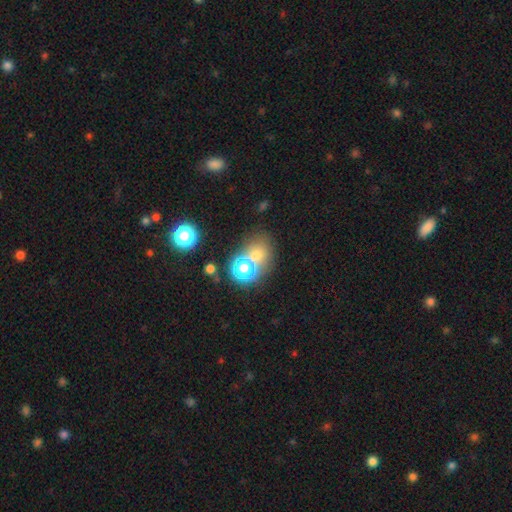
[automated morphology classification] A smooth galaxy with no disk features (66%) that is round (71%). Merging: none (46%).